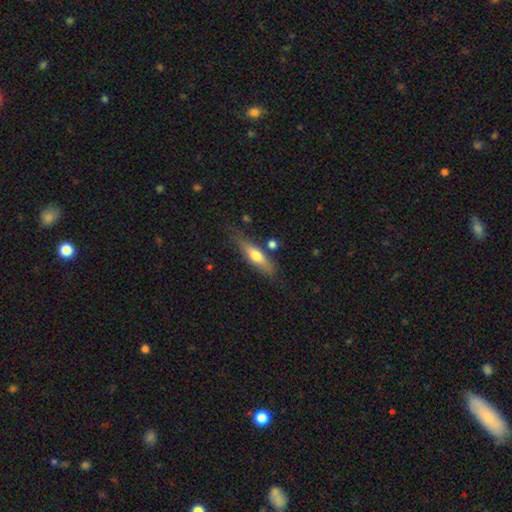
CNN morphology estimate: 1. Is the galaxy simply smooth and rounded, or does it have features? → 56% smooth, 38% featured or disk, 6% star or artifact.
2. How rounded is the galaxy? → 65% cigar-shaped, 33% in between, 3% round.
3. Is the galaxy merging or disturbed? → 72% none, 18% minor disturbance, 6% merger, 5% major disturbance.